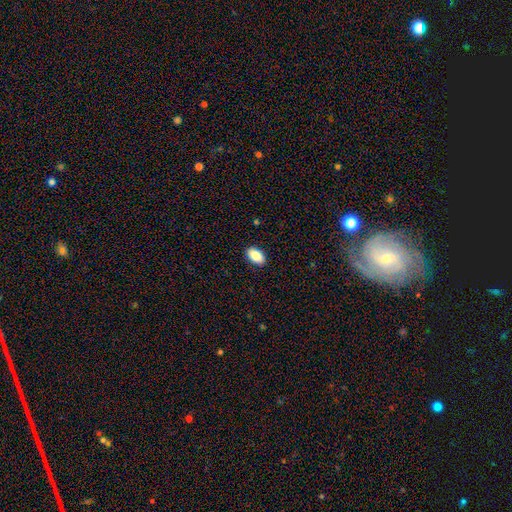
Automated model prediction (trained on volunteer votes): A smooth galaxy with no disk features (89%) that is in between round and cigar-shaped (94%).

Vote fractions:
- Smooth or featured? smooth: 89% / star or artifact: 7% / featured or disk: 5%
- How rounded? in between: 94% / round: 5% / cigar-shaped: 2%
- Merging? none: 90% / minor disturbance: 7% / major disturbance: 2% / merger: 1%